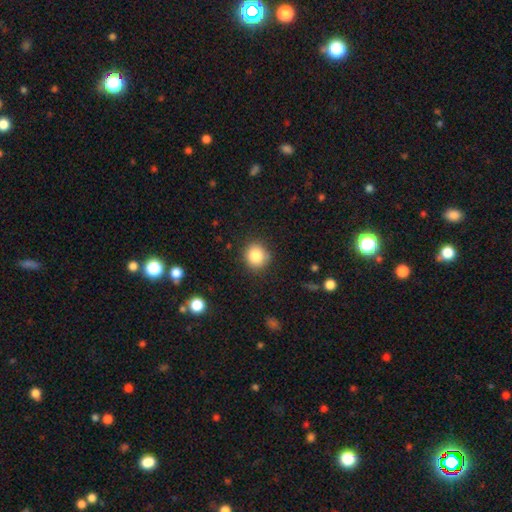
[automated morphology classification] Smooth or featured: smooth — 83% (star or artifact — 10%)
How rounded: round — 89% (in between — 11%)
Merging: none — 88% (minor disturbance — 9%)